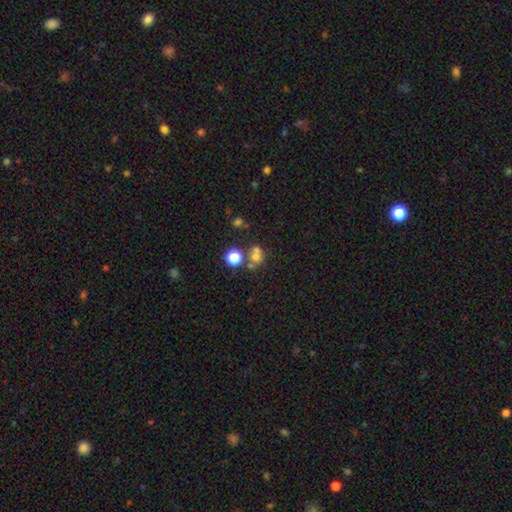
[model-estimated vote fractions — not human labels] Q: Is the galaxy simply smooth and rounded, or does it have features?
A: smooth — 64%.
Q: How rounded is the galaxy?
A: round — 77%.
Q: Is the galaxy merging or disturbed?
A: none — 46%.